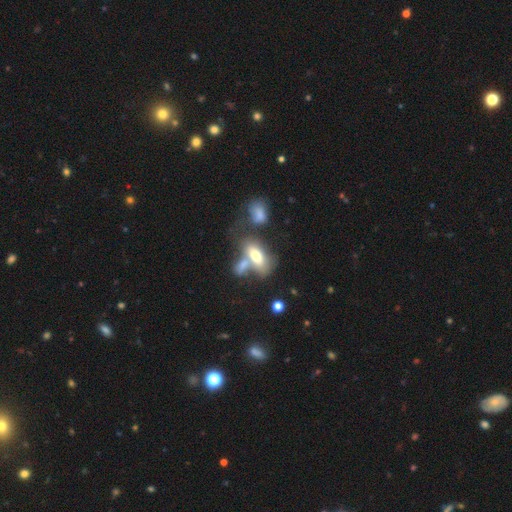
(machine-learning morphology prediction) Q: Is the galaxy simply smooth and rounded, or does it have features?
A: smooth — 66%.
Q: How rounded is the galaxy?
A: in between — 85%.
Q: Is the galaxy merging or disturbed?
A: merger — 46%.